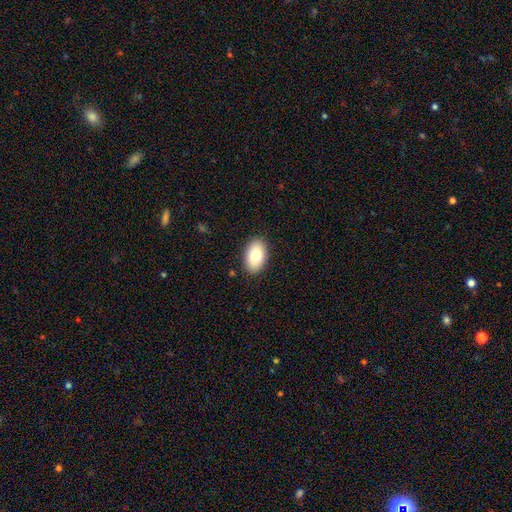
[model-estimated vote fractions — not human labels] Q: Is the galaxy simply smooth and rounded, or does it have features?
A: smooth — 81%.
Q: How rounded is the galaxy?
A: in between — 93%.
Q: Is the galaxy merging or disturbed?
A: none — 88%.